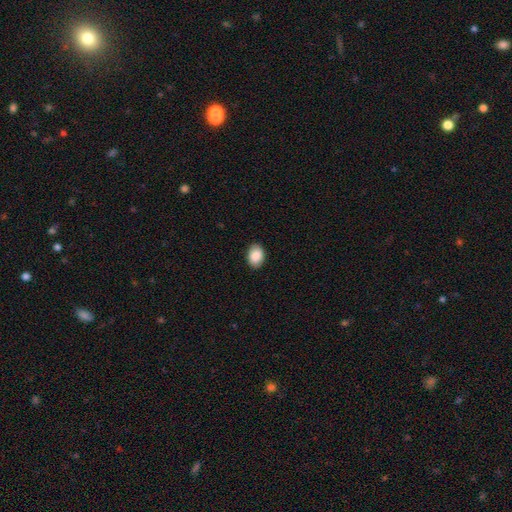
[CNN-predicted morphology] This is clearly a smooth galaxy (89%). How rounded: likely in between (80%). Merging: clearly none (89%).